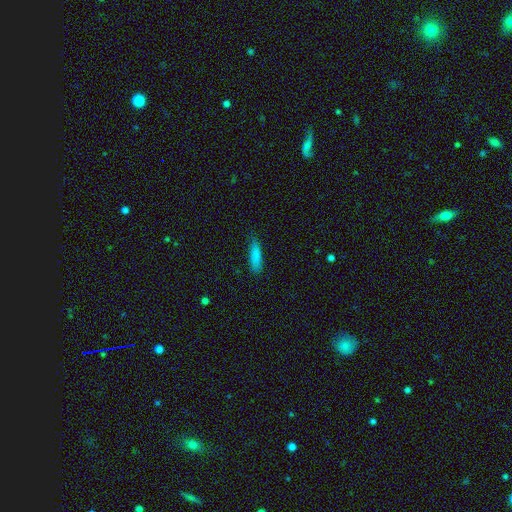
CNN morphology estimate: A smooth galaxy with no disk features (85%) that is cigar-shaped (67%). Merging: none (78%).